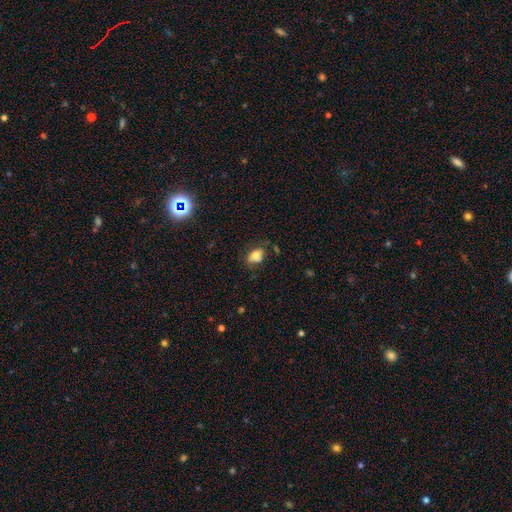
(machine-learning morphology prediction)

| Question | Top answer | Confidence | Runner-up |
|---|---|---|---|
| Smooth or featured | smooth | 76% | featured or disk (13%) |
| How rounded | in between | 78% | round (21%) |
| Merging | none | 61% | minor disturbance (26%) |